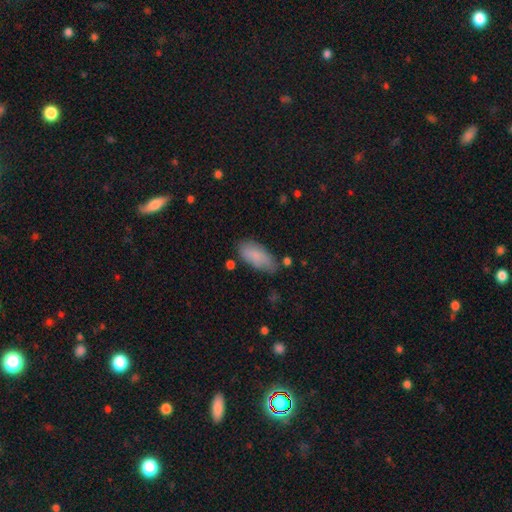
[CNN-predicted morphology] type=smooth (83%); roundness=in between (86%); merging=none (66%).